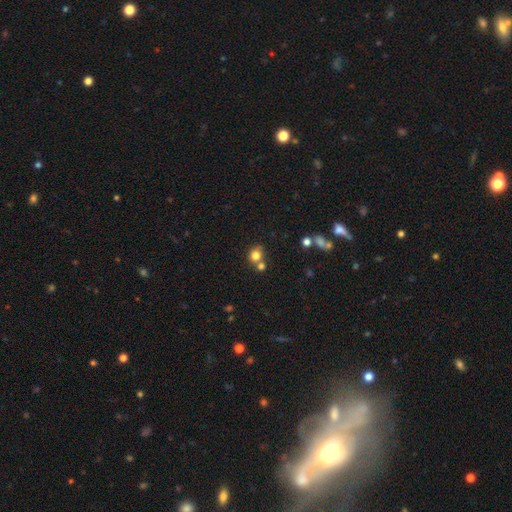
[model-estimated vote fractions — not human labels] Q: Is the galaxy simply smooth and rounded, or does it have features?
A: smooth — 78%.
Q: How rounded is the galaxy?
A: round — 78%.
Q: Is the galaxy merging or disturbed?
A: none — 56%.